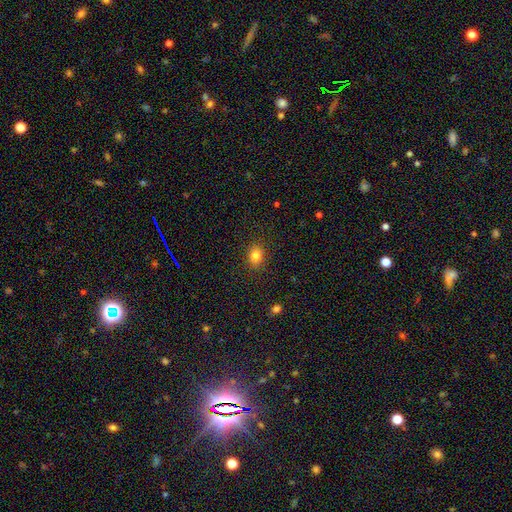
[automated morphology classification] smooth_or_featured: smooth (p=0.82) [alt: star or artifact p=0.12]
how_rounded: round (p=0.56) [alt: in between p=0.43]
merging: none (p=0.88) [alt: minor disturbance p=0.08]